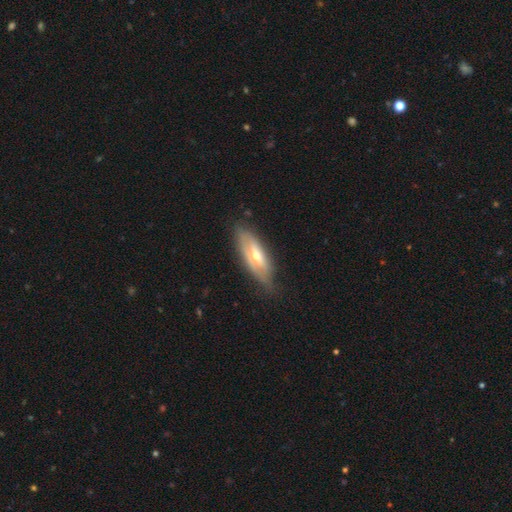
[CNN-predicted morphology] smooth_or_featured: featured or disk (p=0.58) [alt: smooth p=0.36]
disk_edge_on: yes (p=0.53) [alt: no p=0.47]
merging: none (p=0.71) [alt: minor disturbance p=0.22]